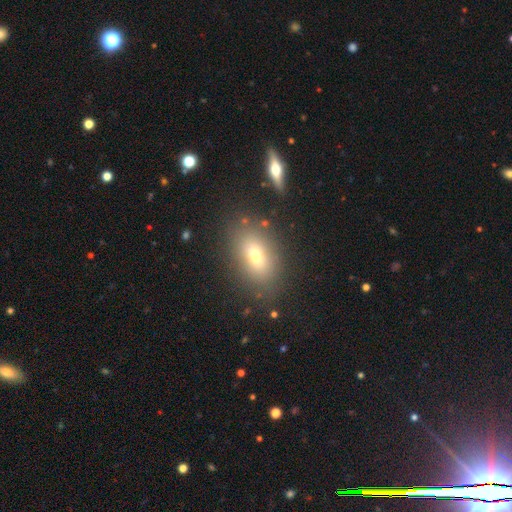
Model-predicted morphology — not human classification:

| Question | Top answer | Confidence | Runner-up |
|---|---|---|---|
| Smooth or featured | smooth | 68% | featured or disk (19%) |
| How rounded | in between | 80% | round (16%) |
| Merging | none | 81% | minor disturbance (11%) |